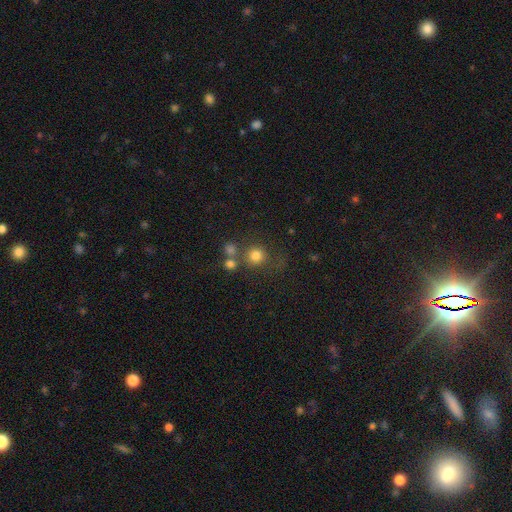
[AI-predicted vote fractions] This appears to be a smooth galaxy with no disk features (77%) that is round (91%). Merging: none (65%).